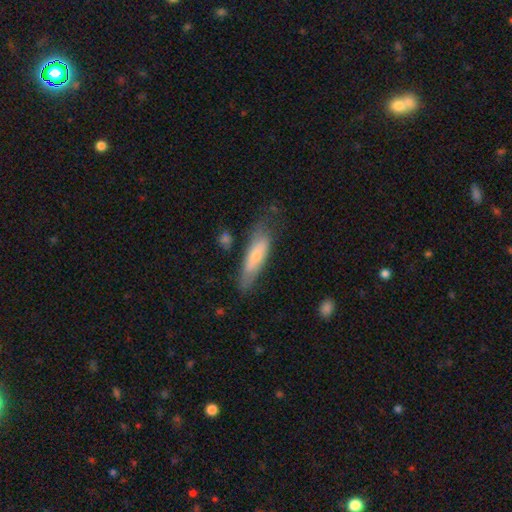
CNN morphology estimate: Smooth or featured? smooth (61%)
How rounded? cigar-shaped (63%)
Merging? none (63%)